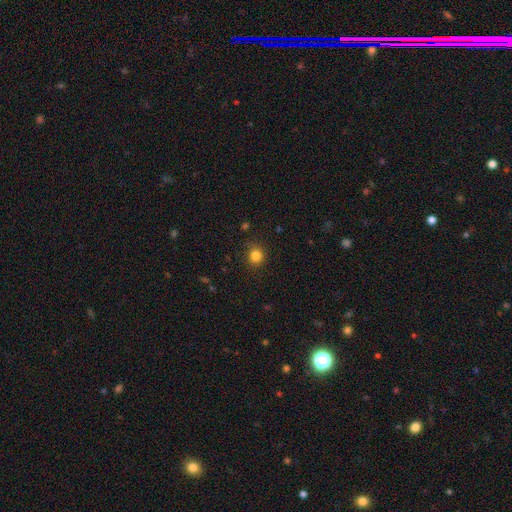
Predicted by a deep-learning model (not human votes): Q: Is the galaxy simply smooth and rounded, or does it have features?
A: smooth — 82%.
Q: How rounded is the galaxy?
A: round — 86%.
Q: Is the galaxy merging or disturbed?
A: none — 86%.